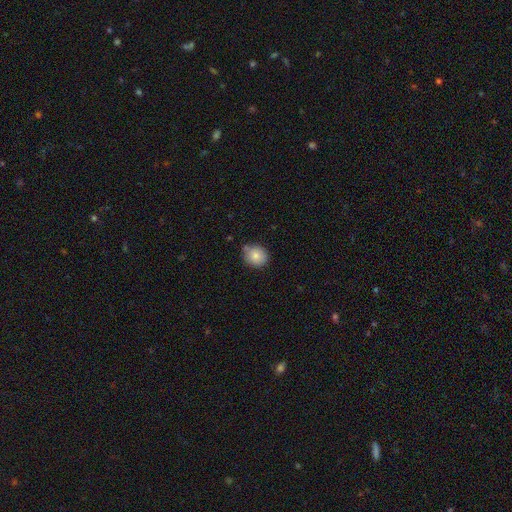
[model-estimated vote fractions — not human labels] smooth-or-featured: smooth: 82% | star or artifact: 9% | featured or disk: 9%
  how-rounded: round: 77% | in between: 22% | cigar-shaped: 1%
  merging: none: 72% | minor disturbance: 19% | merger: 6% | major disturbance: 3%